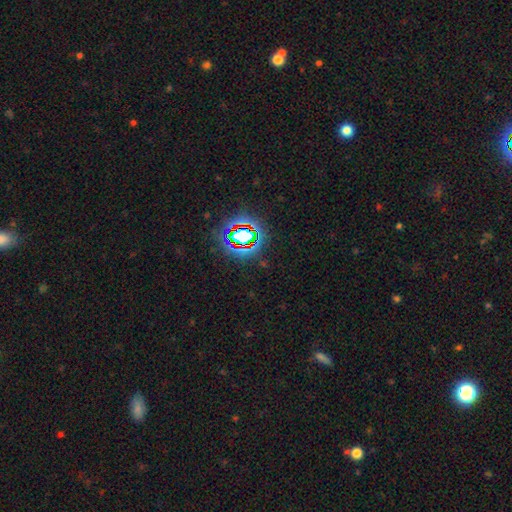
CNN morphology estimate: smooth-or-featured: star or artifact: 78% | smooth: 13% | featured or disk: 9%